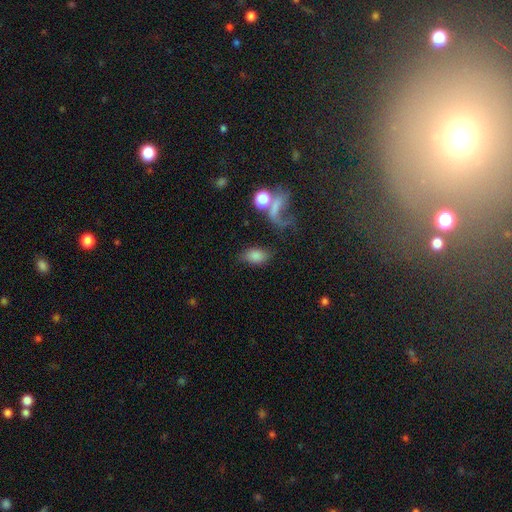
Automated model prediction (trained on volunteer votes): smooth_or_featured: smooth (p=0.76) [alt: featured or disk p=0.13]
how_rounded: in between (p=0.87) [alt: round p=0.10]
merging: none (p=0.56) [alt: minor disturbance p=0.17]